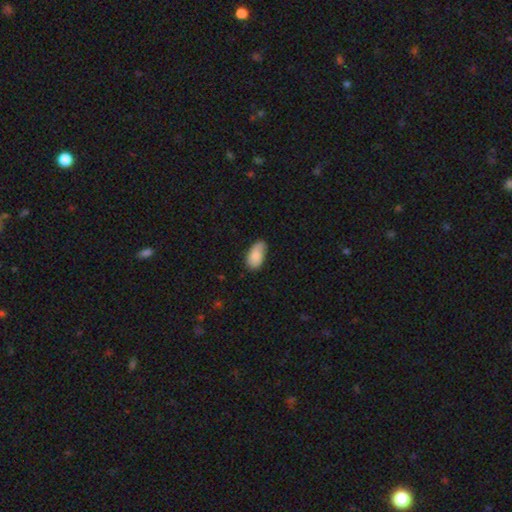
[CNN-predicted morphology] Overall: smooth (84%). How rounded: in between (94%). Merging: none (61%; minor disturbance 31%).